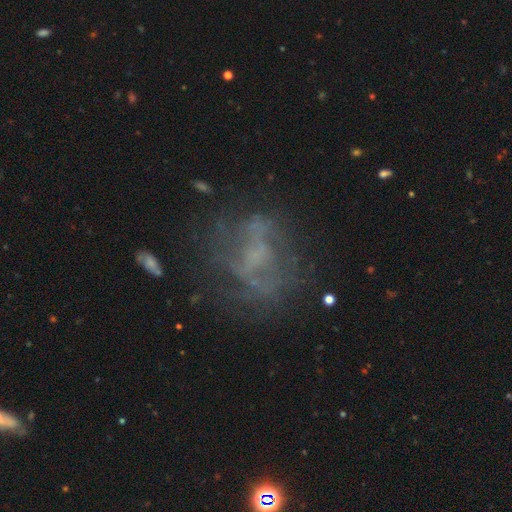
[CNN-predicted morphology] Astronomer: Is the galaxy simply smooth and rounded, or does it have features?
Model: featured or disk — 61%.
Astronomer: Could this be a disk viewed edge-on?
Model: no — 96%.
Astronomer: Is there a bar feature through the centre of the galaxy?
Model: no — 65%.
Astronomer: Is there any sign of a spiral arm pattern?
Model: no — 68%.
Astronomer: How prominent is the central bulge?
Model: none — 61%.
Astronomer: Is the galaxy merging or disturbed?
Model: none — 55%.